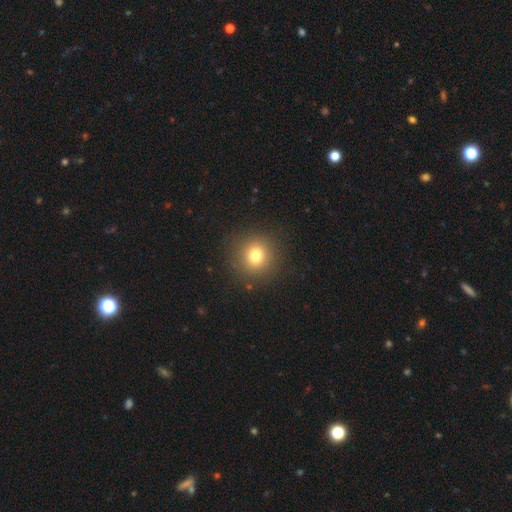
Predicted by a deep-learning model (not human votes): Smooth or featured? Predicted: smooth (p=0.77). How rounded? Predicted: round (p=0.92). Merging? Predicted: none (p=0.89).